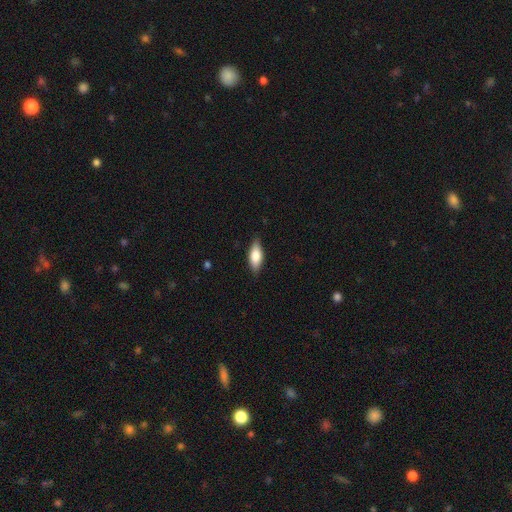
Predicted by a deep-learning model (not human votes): A smooth galaxy with no disk features (73%) that is in between round and cigar-shaped (78%).

Vote fractions:
- Smooth or featured? smooth: 73% / featured or disk: 20% / star or artifact: 7%
- How rounded? in between: 78% / cigar-shaped: 20% / round: 3%
- Merging? none: 84% / minor disturbance: 12% / major disturbance: 2% / merger: 1%